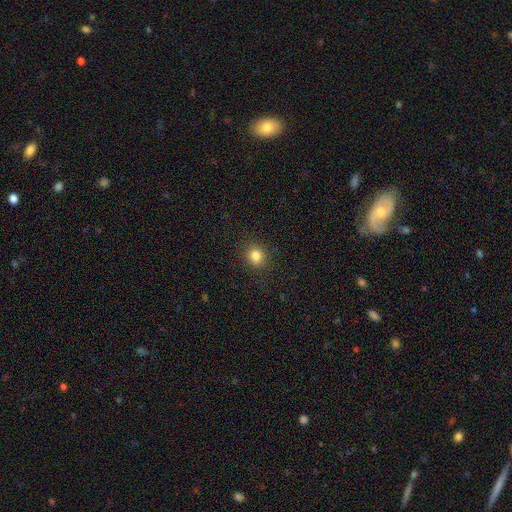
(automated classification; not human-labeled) Q: Smooth or featured?
A: smooth (82%); runner-up: star or artifact (12%)
Q: How rounded?
A: round (75%); runner-up: in between (24%)
Q: Merging?
A: none (87%); runner-up: minor disturbance (9%)